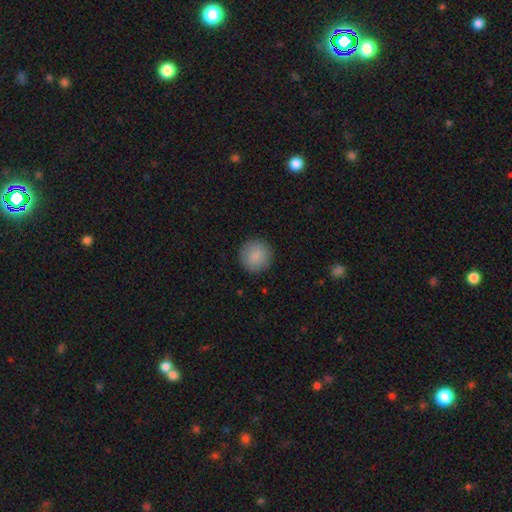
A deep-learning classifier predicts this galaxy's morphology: This is clearly a smooth galaxy (87%). How rounded: clearly round (95%). Merging: clearly none (90%).